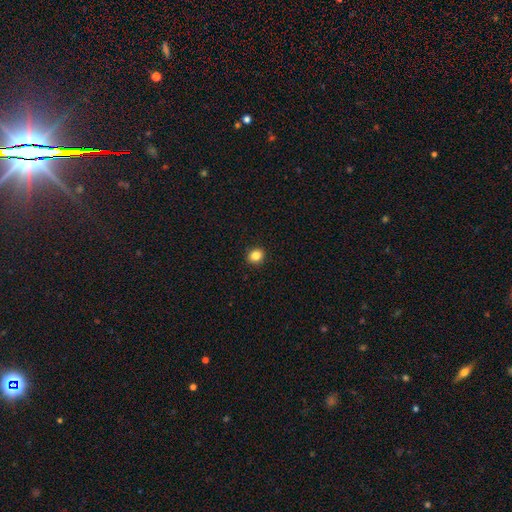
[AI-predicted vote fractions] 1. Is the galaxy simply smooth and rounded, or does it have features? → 85% smooth, 11% star or artifact, 5% featured or disk.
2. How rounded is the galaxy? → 72% round, 27% in between, 1% cigar-shaped.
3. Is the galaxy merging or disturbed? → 92% none, 6% minor disturbance, 2% major disturbance, 1% merger.